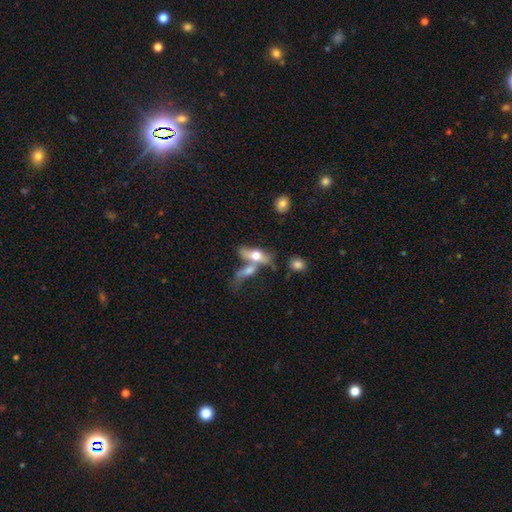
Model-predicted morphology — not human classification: The model was most divided on "smooth or featured": smooth: 52%, featured or disk: 40%, star or artifact: 8%. More confident: how rounded — in between (62%); merging — merger (52%).